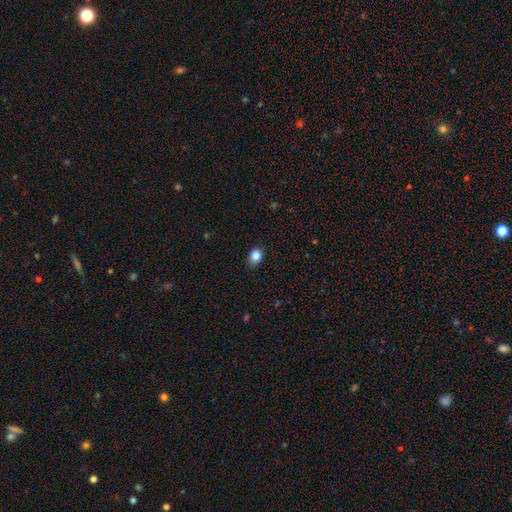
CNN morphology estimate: A smooth galaxy with no disk features (85%) that is in between round and cigar-shaped (53%).

Vote fractions:
- Smooth or featured? smooth: 85% / star or artifact: 10% / featured or disk: 5%
- How rounded? in between: 53% / round: 46% / cigar-shaped: 1%
- Merging? none: 84% / minor disturbance: 13% / major disturbance: 2% / merger: 1%